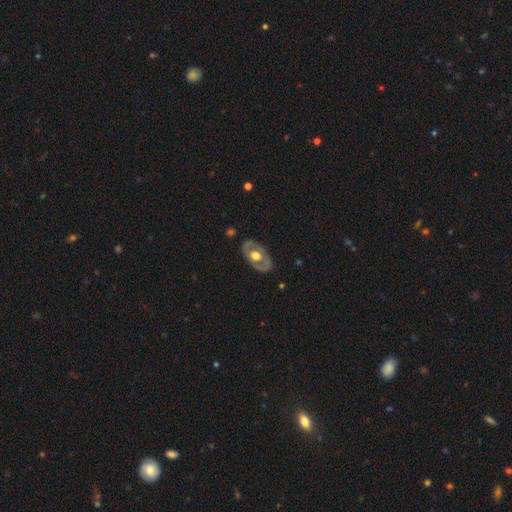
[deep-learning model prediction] featured or disk 63%, smooth 32%, star or artifact 5%. Down the decision tree: edge-on disk — no (90%); bar — no (79%); spiral arms — no (74%); bulge size — moderate (57%); merging — none (82%).